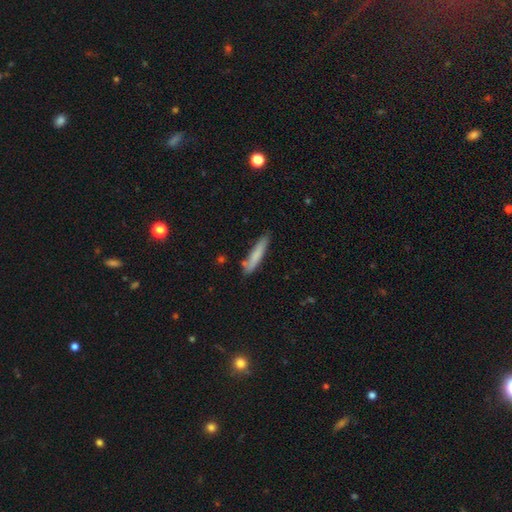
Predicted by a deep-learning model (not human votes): smooth-or-featured: smooth: 76% | featured or disk: 18% | star or artifact: 6%
  how-rounded: cigar-shaped: 91% | in between: 8% | round: 1%
  merging: none: 81% | minor disturbance: 14% | merger: 3% | major disturbance: 2%